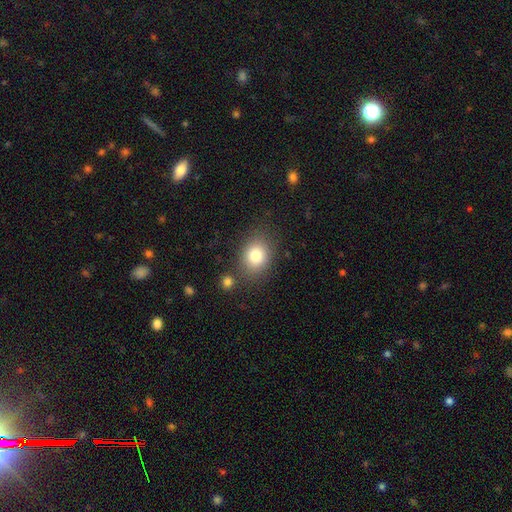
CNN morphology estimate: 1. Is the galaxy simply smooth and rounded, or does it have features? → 80% smooth, 10% star or artifact, 9% featured or disk.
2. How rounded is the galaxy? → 50% round, 49% in between, 1% cigar-shaped.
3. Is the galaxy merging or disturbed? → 77% none, 12% minor disturbance, 6% merger, 4% major disturbance.